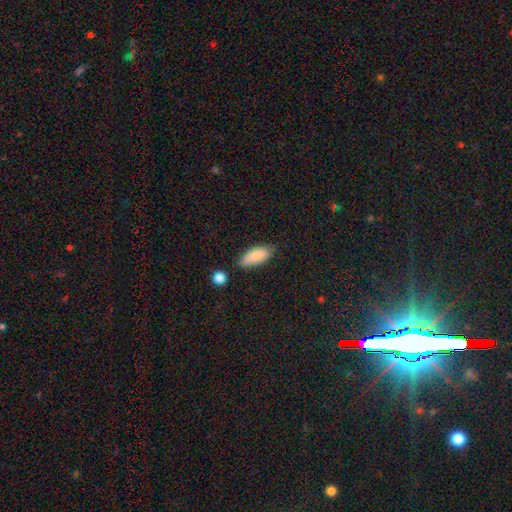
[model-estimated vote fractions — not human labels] This appears to be a smooth galaxy with no disk features (87%) that is in between round and cigar-shaped (83%). Merging: none (74%).